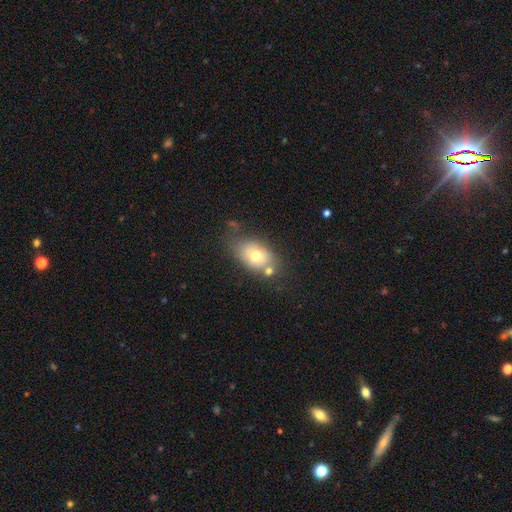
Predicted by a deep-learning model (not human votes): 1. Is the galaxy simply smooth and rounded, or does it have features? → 68% smooth, 21% featured or disk, 11% star or artifact.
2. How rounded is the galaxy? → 73% in between, 25% round, 2% cigar-shaped.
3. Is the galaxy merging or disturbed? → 54% none, 20% minor disturbance, 18% merger, 8% major disturbance.